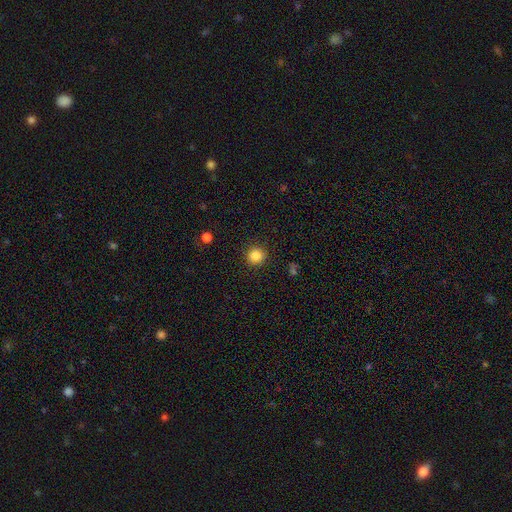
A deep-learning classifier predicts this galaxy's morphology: smooth 85%, star or artifact 11%, featured or disk 4%. Down the decision tree: how rounded — round (93%); merging — none (91%).